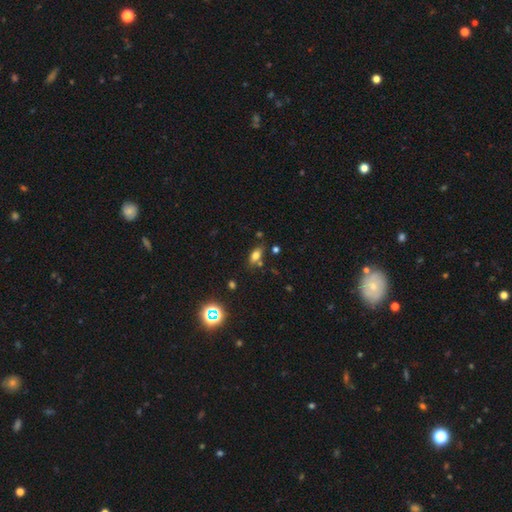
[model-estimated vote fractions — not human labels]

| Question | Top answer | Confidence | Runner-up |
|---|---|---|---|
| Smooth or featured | smooth | 70% | featured or disk (15%) |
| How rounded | in between | 82% | cigar-shaped (11%) |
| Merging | none | 71% | minor disturbance (15%) |